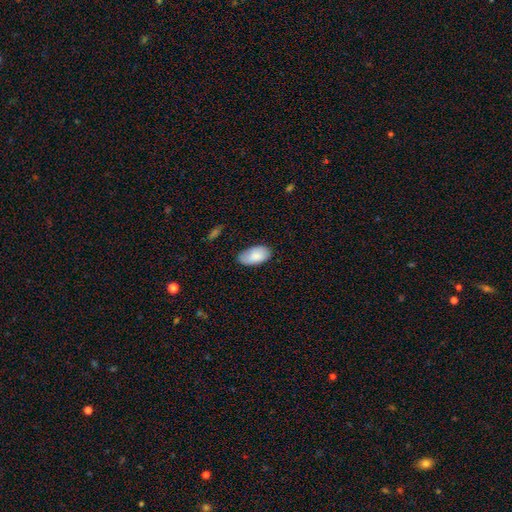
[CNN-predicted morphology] smooth-or-featured: smooth: 86% | featured or disk: 8% | star or artifact: 6%
  how-rounded: in between: 95% | round: 3% | cigar-shaped: 2%
  merging: none: 74% | minor disturbance: 21% | major disturbance: 4% | merger: 1%